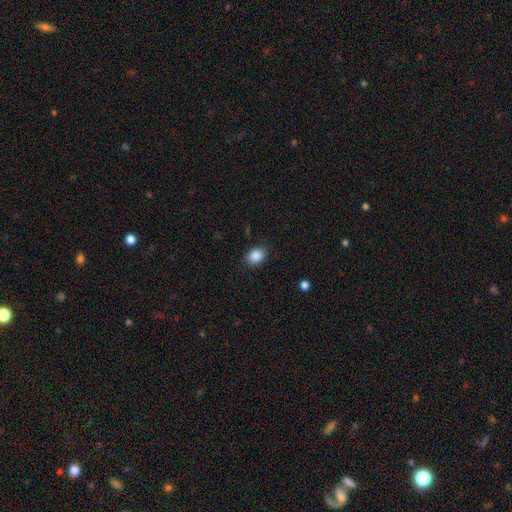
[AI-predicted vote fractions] This is clearly a smooth galaxy (87%). How rounded: possibly in between (58%). Merging: clearly none (86%).